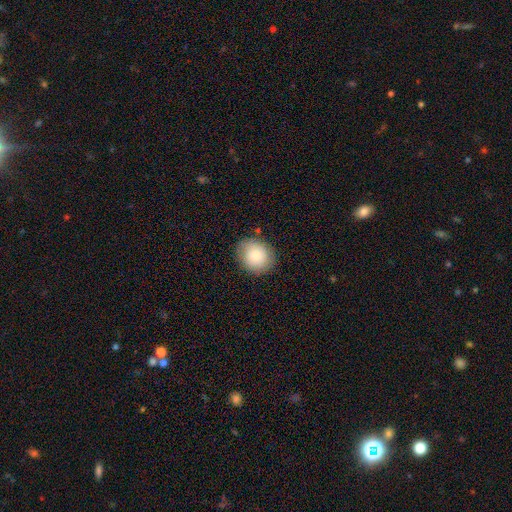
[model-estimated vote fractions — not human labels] smooth 77%, featured or disk 15%, star or artifact 8%. Down the decision tree: how rounded — round (74%); merging — none (82%).